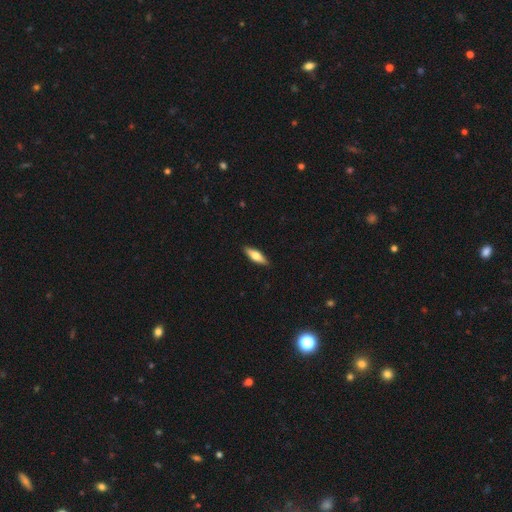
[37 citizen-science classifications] A smooth galaxy with no disk features (78%) that is in between round and cigar-shaped (59%).

Vote fractions:
- Smooth or featured? smooth: 78% / featured or disk: 19% / star or artifact: 3%
- How rounded? in between: 59% / cigar-shaped: 41% / round: 0%
- Merging? none: 89% / minor disturbance: 11% / major disturbance: 0% / merger: 0%